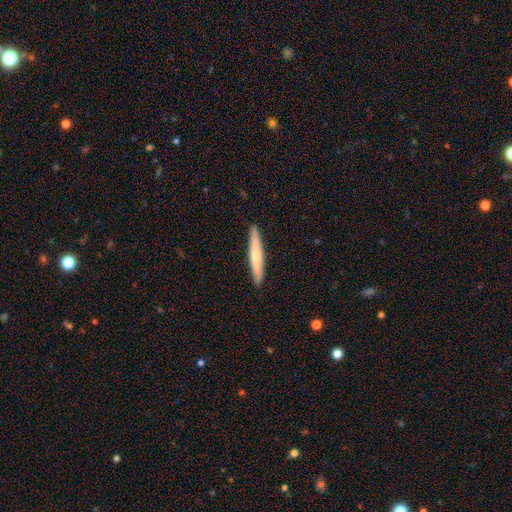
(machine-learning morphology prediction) type=smooth (63%); roundness=cigar-shaped (95%); merging=none (92%).